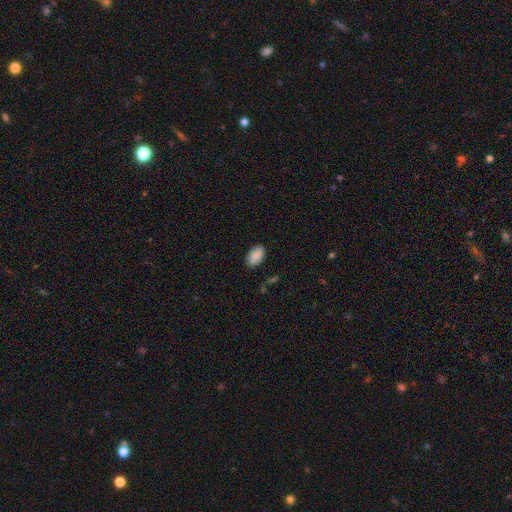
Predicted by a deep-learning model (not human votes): Smooth or featured: smooth — 88% (star or artifact — 7%)
How rounded: in between — 93% (round — 5%)
Merging: none — 84% (minor disturbance — 12%)